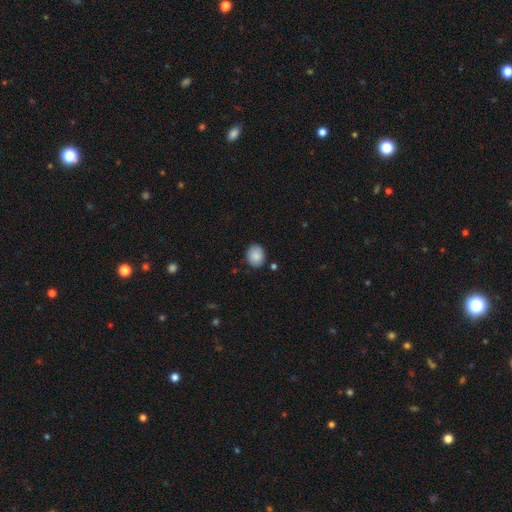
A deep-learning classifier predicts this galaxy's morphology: smooth-or-featured: smooth: 87% | star or artifact: 8% | featured or disk: 5%
  how-rounded: round: 59% | in between: 41% | cigar-shaped: 1%
  merging: none: 85% | minor disturbance: 10% | merger: 2% | major disturbance: 2%